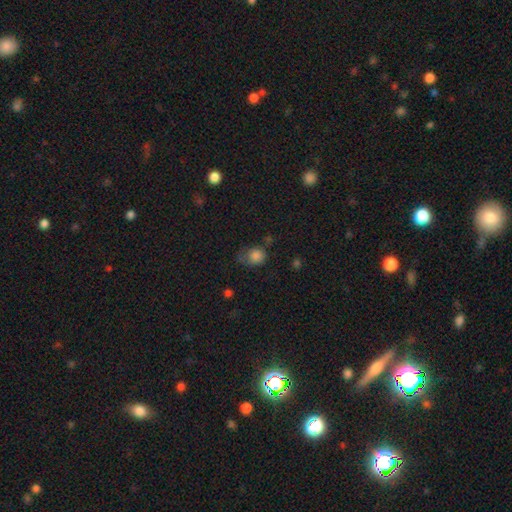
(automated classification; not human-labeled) Smooth or featured?
  - smooth: 82% *
  - star or artifact: 10%
  - featured or disk: 7%
How rounded?
  - round: 69% *
  - in between: 30%
  - cigar-shaped: 1%
Merging?
  - none: 43% *
  - minor disturbance: 33%
  - major disturbance: 19%
  - merger: 5%